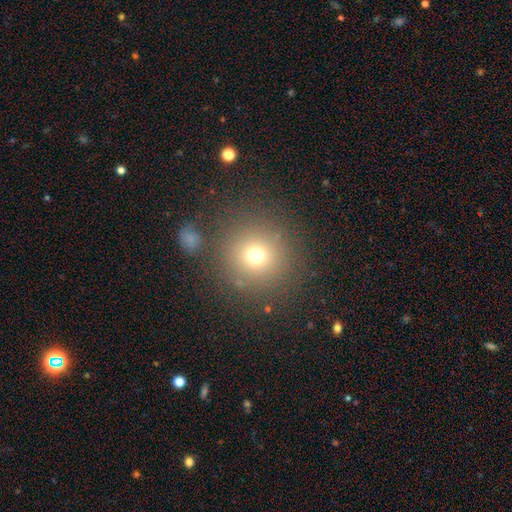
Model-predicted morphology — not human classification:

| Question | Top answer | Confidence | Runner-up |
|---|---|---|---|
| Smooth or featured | smooth | 71% | star or artifact (18%) |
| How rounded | round | 94% | in between (5%) |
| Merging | none | 83% | minor disturbance (8%) |